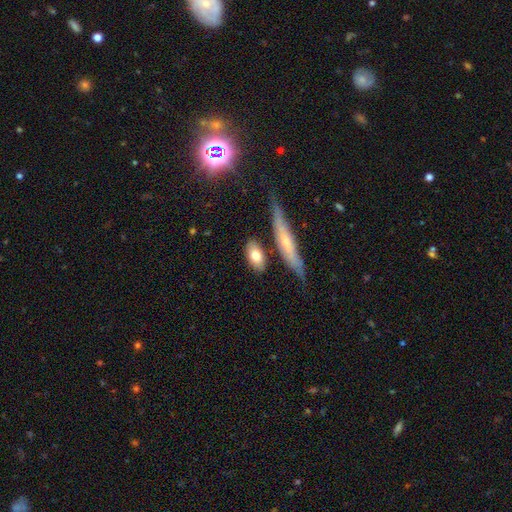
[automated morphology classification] This appears to be a smooth galaxy with no disk features (75%) that is in between round and cigar-shaped (79%). Merging: none (75%).